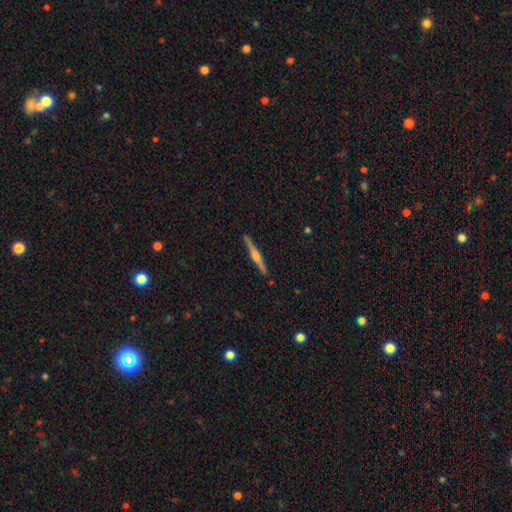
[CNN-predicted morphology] smooth_or_featured: featured or disk (p=0.80) [alt: smooth p=0.15]
disk_edge_on: yes (p=0.99) [alt: no p=0.01]
edge_on_bulge: rounded (p=0.89) [alt: boxy p=0.06]
merging: none (p=0.92) [alt: minor disturbance p=0.06]